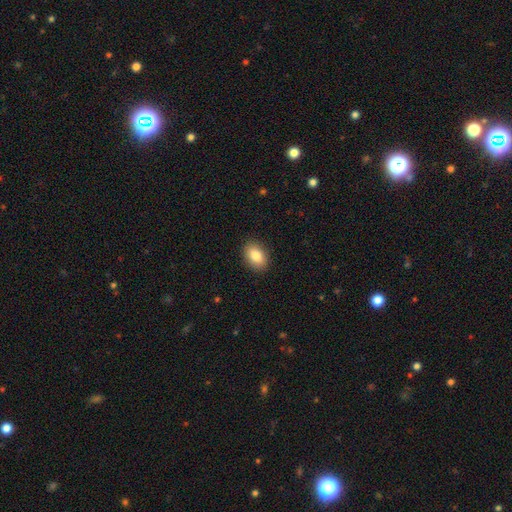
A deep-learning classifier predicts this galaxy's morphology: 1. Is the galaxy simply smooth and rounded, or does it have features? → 85% smooth, 8% star or artifact, 7% featured or disk.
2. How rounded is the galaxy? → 84% in between, 15% round, 1% cigar-shaped.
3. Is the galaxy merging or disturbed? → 89% none, 8% minor disturbance, 2% major disturbance, 1% merger.